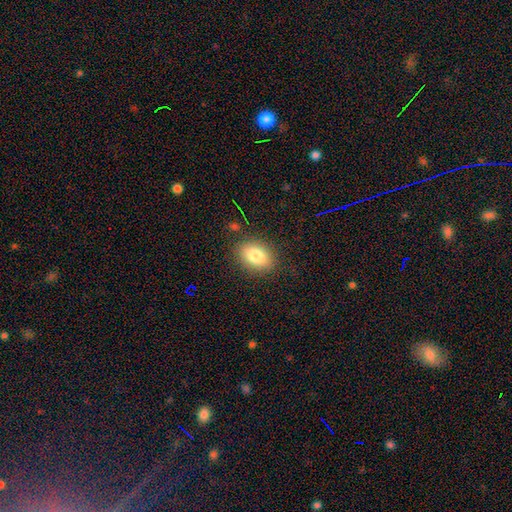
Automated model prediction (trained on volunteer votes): The model was most divided on "how rounded": in between: 78%, round: 20%, cigar-shaped: 1%. More confident: merging — none (85%); smooth or featured — smooth (82%).